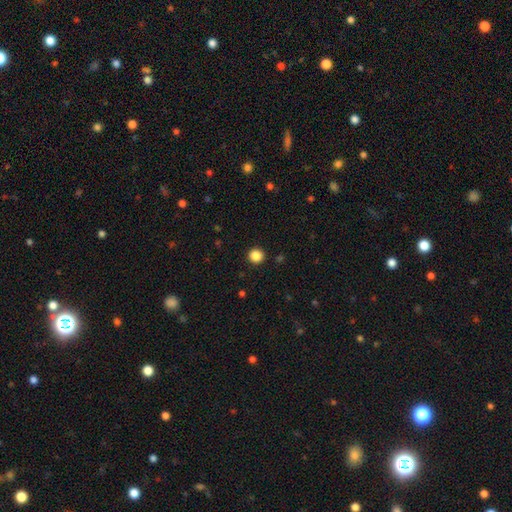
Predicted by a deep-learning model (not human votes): smooth-or-featured: smooth: 86% | star or artifact: 11% | featured or disk: 3%
  how-rounded: round: 94% | in between: 5% | cigar-shaped: 1%
  merging: none: 93% | minor disturbance: 4% | major disturbance: 2% | merger: 1%